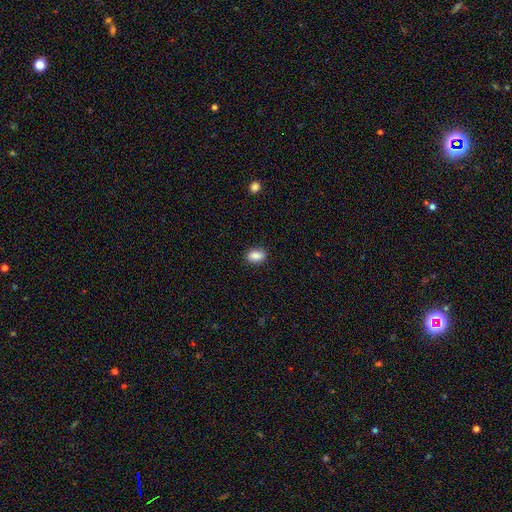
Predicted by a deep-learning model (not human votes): The model was most divided on "how rounded": in between: 83%, round: 15%, cigar-shaped: 2%. More confident: merging — none (88%); smooth or featured — smooth (87%).